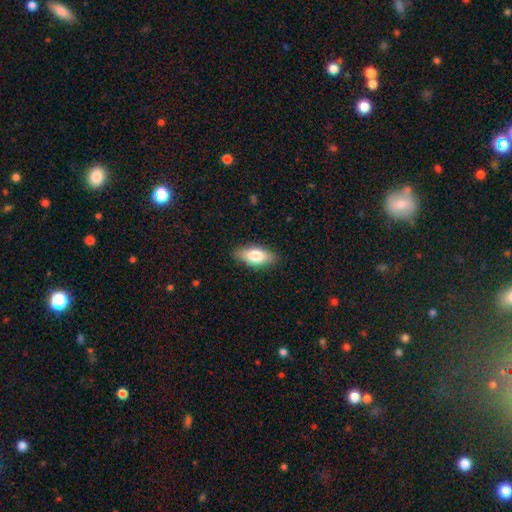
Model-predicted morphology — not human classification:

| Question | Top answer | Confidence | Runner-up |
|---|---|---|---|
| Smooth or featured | smooth | 76% | featured or disk (17%) |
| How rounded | in between | 85% | cigar-shaped (12%) |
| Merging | none | 87% | minor disturbance (10%) |